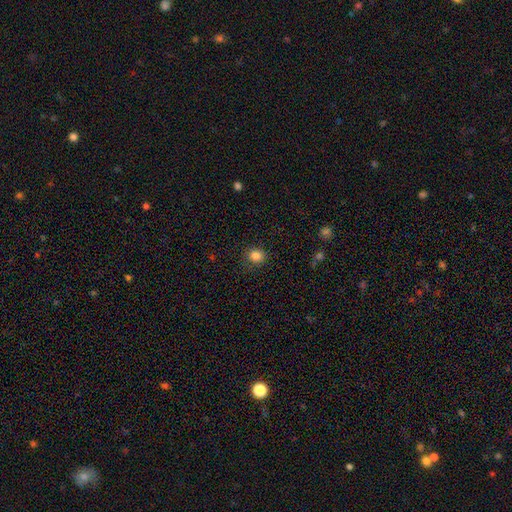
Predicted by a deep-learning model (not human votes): Q: Smooth or featured?
A: smooth (85%); runner-up: star or artifact (11%)
Q: How rounded?
A: round (78%); runner-up: in between (21%)
Q: Merging?
A: none (86%); runner-up: minor disturbance (10%)